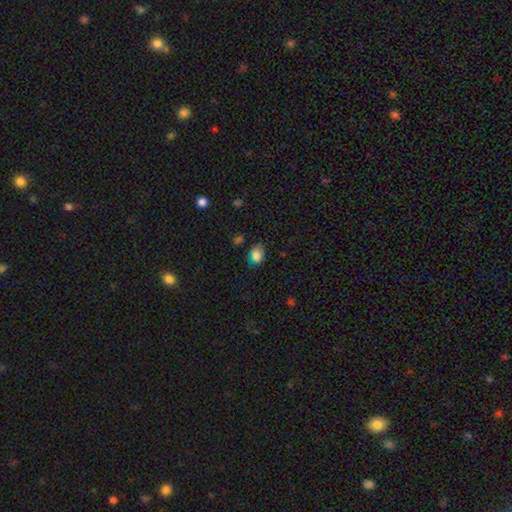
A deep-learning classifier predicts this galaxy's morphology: smooth-or-featured: smooth: 80% | star or artifact: 14% | featured or disk: 6%
  how-rounded: in between: 68% | round: 30% | cigar-shaped: 1%
  merging: none: 69% | minor disturbance: 22% | major disturbance: 5% | merger: 4%